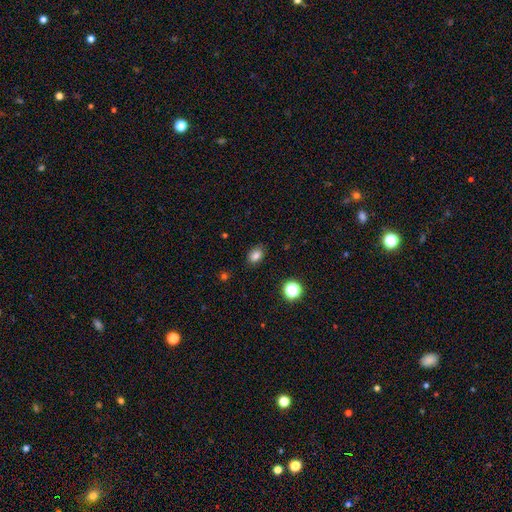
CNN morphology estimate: Smooth or featured? smooth (82%)
How rounded? in between (75%)
Merging? none (84%)